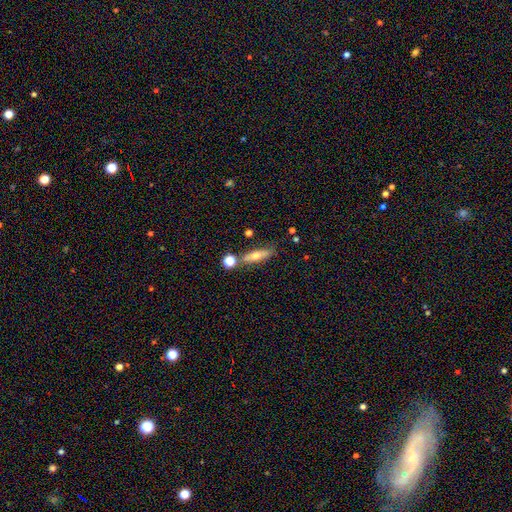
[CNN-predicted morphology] Q: Smooth or featured?
A: smooth (54%); runner-up: featured or disk (37%)
Q: How rounded?
A: cigar-shaped (59%); runner-up: in between (37%)
Q: Merging?
A: none (71%); runner-up: minor disturbance (14%)